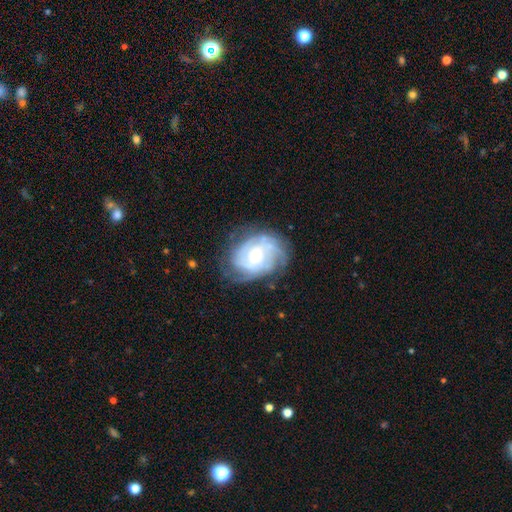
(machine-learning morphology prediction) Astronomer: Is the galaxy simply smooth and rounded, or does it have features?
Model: featured or disk — 82%.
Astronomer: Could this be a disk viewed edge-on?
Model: no — 97%.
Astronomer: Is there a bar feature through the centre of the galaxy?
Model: no — 49% (runner-up: weak, 42%).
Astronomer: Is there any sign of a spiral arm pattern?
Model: yes — 93%.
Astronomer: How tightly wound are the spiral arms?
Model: tight — 56% (runner-up: medium, 33%).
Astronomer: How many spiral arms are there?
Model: can't tell — 36% (runner-up: 3, 21%).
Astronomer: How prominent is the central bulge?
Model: moderate — 50% (runner-up: small, 44%).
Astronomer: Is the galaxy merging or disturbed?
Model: none — 69%.